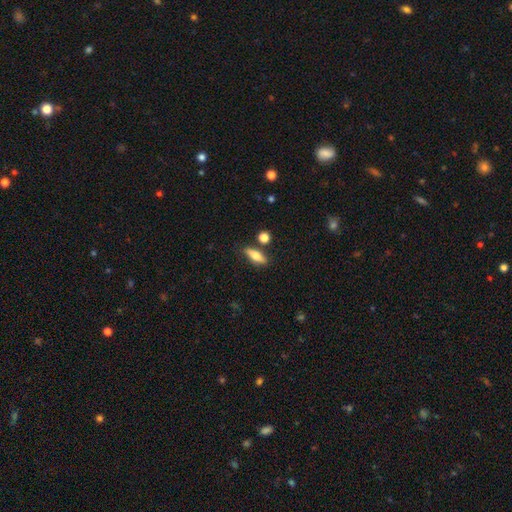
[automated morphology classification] Smooth or featured: smooth — 62% (featured or disk — 30%)
How rounded: in between — 50% (cigar-shaped — 45%)
Merging: none — 80% (minor disturbance — 11%)